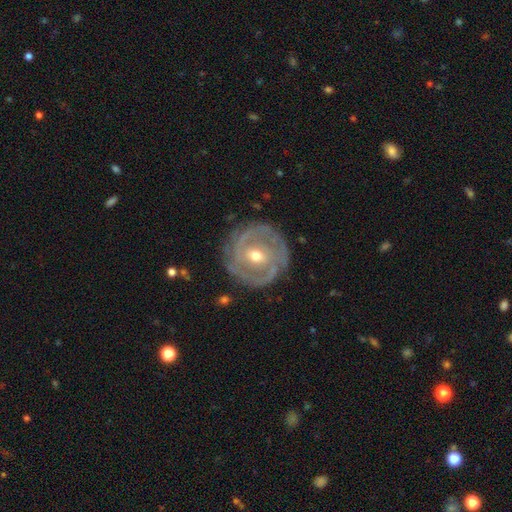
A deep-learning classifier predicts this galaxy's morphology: Smooth or featured? Predicted: featured or disk (p=0.84). Edge-on disk? Predicted: no (p=0.96). Bar? Predicted: no (p=0.46). Spiral arms? Predicted: yes (p=0.87). Spiral winding? Predicted: tight (p=0.68). Spiral arm count? Predicted: 2 (p=0.36). Bulge size? Predicted: moderate (p=0.63). Merging? Predicted: none (p=0.80).